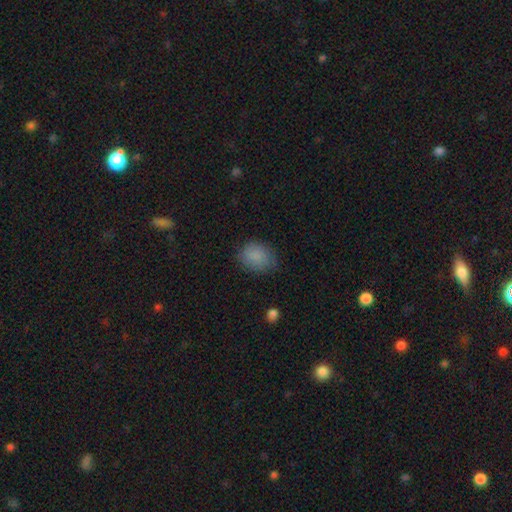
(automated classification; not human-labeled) A smooth galaxy with no disk features (85%) that is in between round and cigar-shaped (51%).

Vote fractions:
- Smooth or featured? smooth: 85% / star or artifact: 9% / featured or disk: 7%
- How rounded? in between: 51% / round: 48% / cigar-shaped: 1%
- Merging? none: 73% / minor disturbance: 20% / major disturbance: 5% / merger: 1%